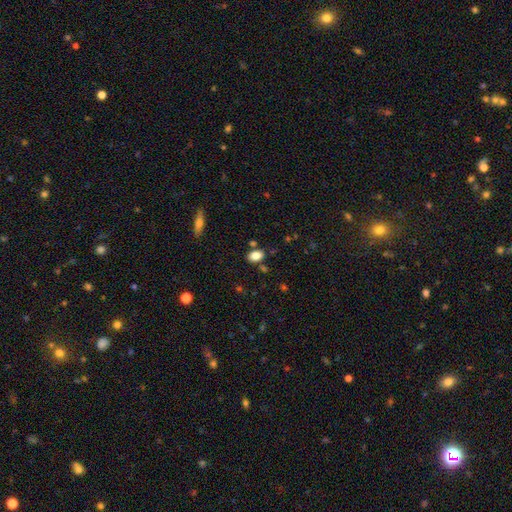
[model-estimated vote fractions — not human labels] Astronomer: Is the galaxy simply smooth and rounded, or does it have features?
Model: smooth — 83%.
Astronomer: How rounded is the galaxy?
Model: in between — 86%.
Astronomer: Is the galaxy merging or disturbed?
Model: none — 78%.